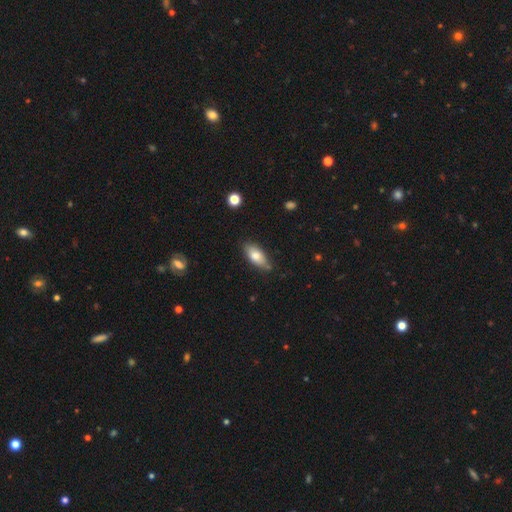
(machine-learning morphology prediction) This is likely a smooth galaxy (74%). How rounded: clearly in between (83%). Merging: likely none (75%).